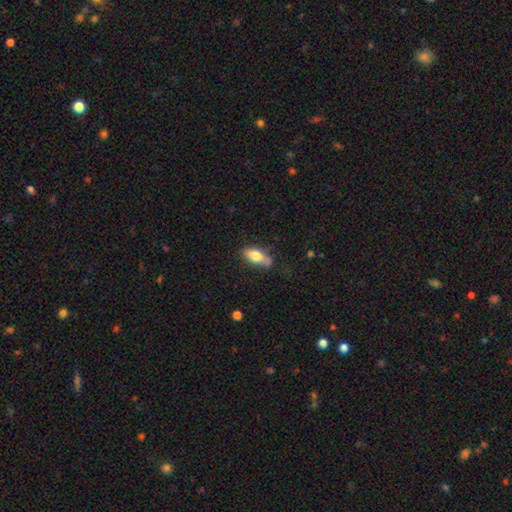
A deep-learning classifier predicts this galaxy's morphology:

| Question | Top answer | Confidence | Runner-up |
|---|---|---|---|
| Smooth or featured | smooth | 71% | featured or disk (21%) |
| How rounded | in between | 78% | cigar-shaped (18%) |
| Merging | none | 55% | minor disturbance (28%) |